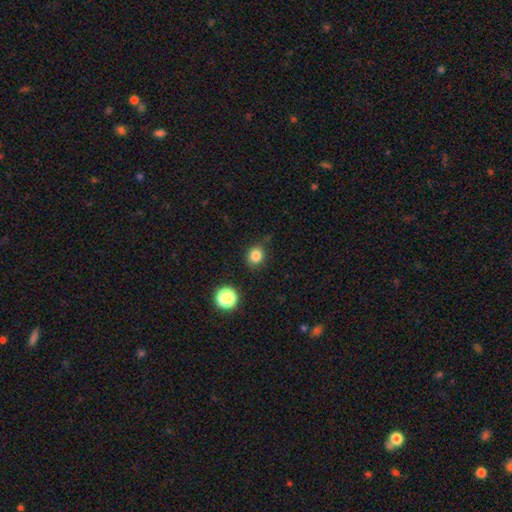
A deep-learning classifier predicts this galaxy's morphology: Smooth or featured?
  - smooth: 82% *
  - star or artifact: 13%
  - featured or disk: 5%
How rounded?
  - round: 79% *
  - in between: 20%
  - cigar-shaped: 1%
Merging?
  - none: 82% *
  - minor disturbance: 13%
  - major disturbance: 3%
  - merger: 3%